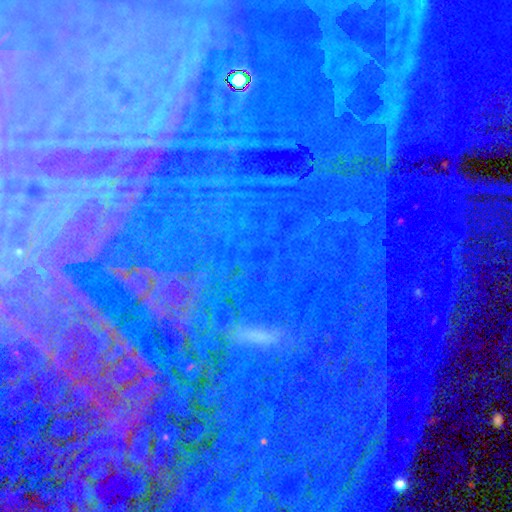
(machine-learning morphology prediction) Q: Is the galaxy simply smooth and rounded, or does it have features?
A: star or artifact — 81%.